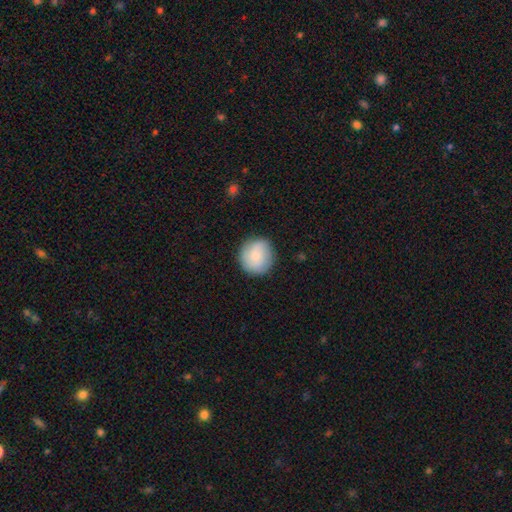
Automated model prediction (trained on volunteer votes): smooth_or_featured: smooth (p=0.79) [alt: featured or disk p=0.15]
how_rounded: round (p=0.90) [alt: in between p=0.09]
merging: none (p=0.84) [alt: minor disturbance p=0.12]